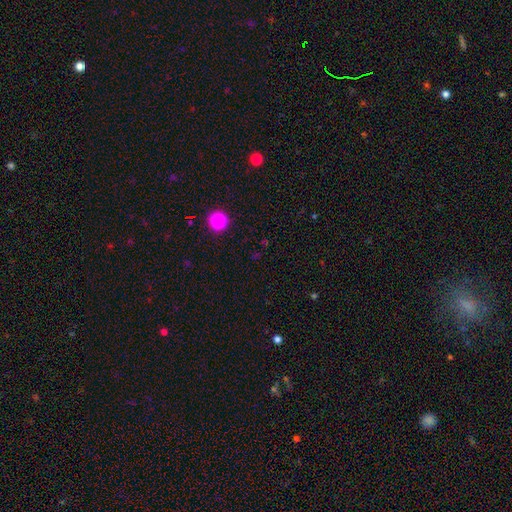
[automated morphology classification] type=star or artifact (60%).